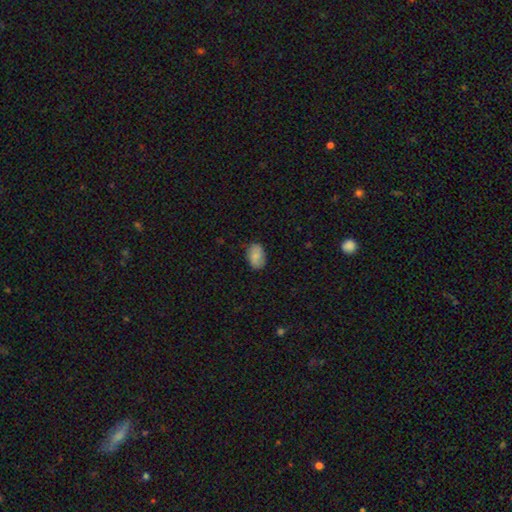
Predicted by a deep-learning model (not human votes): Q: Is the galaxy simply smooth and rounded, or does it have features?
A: smooth — 80%.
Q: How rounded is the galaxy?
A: in between — 87%.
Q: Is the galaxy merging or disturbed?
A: none — 80%.